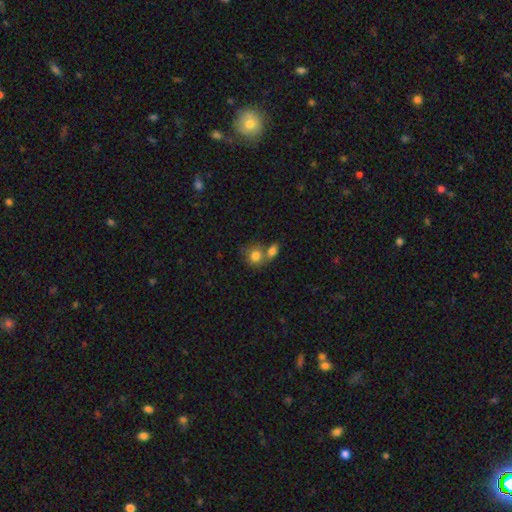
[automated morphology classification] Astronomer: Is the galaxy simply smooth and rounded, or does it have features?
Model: smooth — 81%.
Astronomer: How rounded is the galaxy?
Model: round — 75%.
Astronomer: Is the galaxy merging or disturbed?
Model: merger — 50% (runner-up: none, 36%).